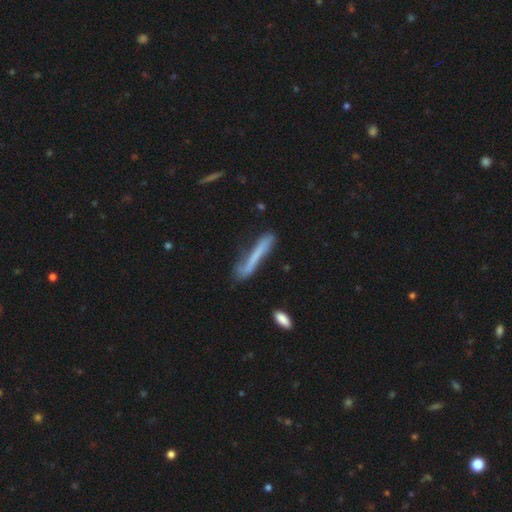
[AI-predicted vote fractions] A smooth galaxy with no disk features (53%) that is cigar-shaped (94%).

Vote fractions:
- Smooth or featured? smooth: 53% / featured or disk: 39% / star or artifact: 8%
- How rounded? cigar-shaped: 94% / in between: 5% / round: 2%
- Merging? none: 56% / minor disturbance: 28% / major disturbance: 11% / merger: 6%